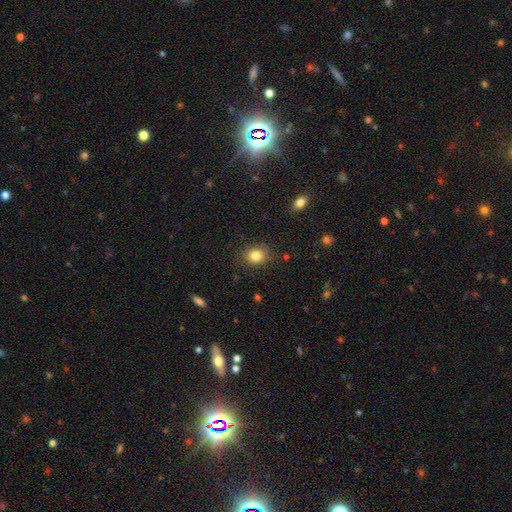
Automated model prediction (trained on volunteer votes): Q: Smooth or featured?
A: smooth (82%); runner-up: star or artifact (11%)
Q: How rounded?
A: round (56%); runner-up: in between (43%)
Q: Merging?
A: none (83%); runner-up: minor disturbance (13%)